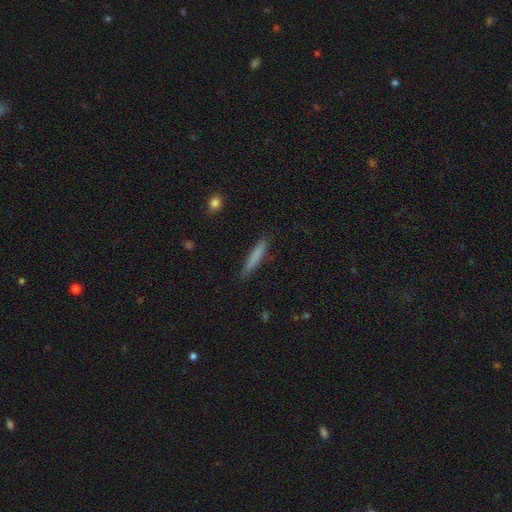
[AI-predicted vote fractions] The model was most divided on "smooth or featured": smooth: 80%, featured or disk: 14%, star or artifact: 7%. More confident: how rounded — cigar-shaped (93%); merging — none (86%).